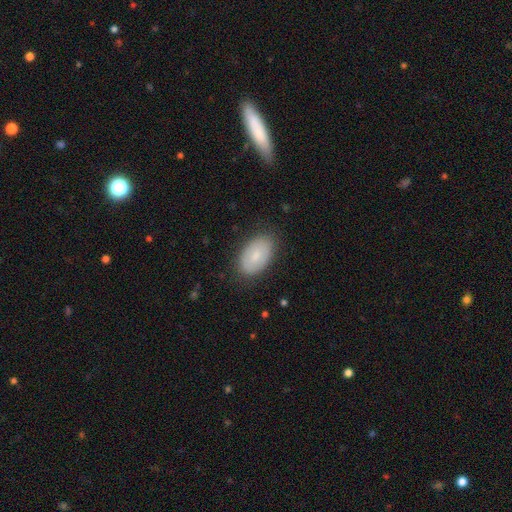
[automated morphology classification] The model was most divided on "smooth or featured": smooth: 73%, featured or disk: 21%, star or artifact: 6%. More confident: how rounded — in between (93%); merging — none (81%).